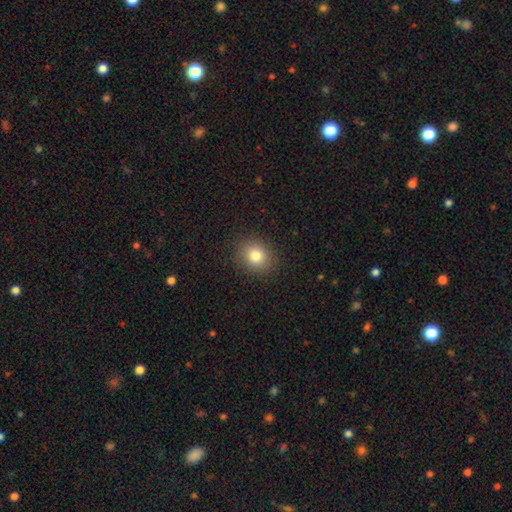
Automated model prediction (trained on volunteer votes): A smooth galaxy with no disk features (81%) that is round (69%).

Vote fractions:
- Smooth or featured? smooth: 81% / star or artifact: 12% / featured or disk: 8%
- How rounded? round: 69% / in between: 30% / cigar-shaped: 1%
- Merging? none: 89% / minor disturbance: 7% / major disturbance: 3% / merger: 1%